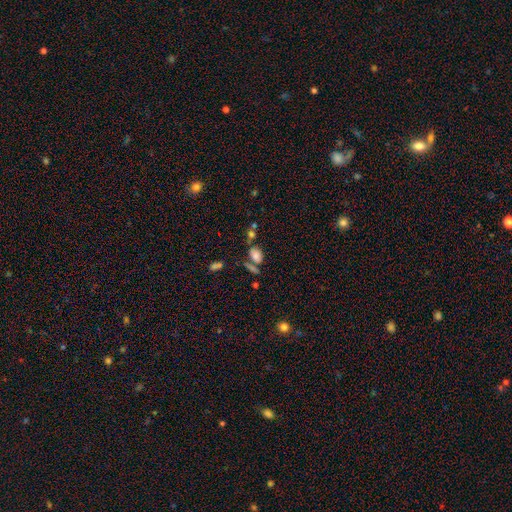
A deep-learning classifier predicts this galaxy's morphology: Smooth or featured? Predicted: smooth (p=0.76). How rounded? Predicted: in between (p=0.80). Merging? Predicted: none (p=0.54).